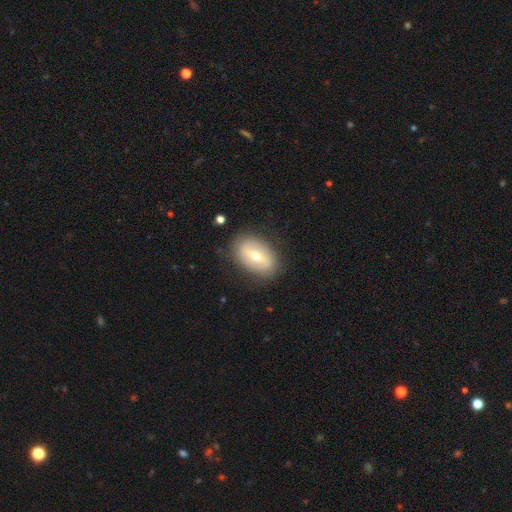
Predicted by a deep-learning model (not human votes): featured or disk 53%, smooth 40%, star or artifact 7%. Down the decision tree: edge-on disk — no (87%); merging — none (84%).